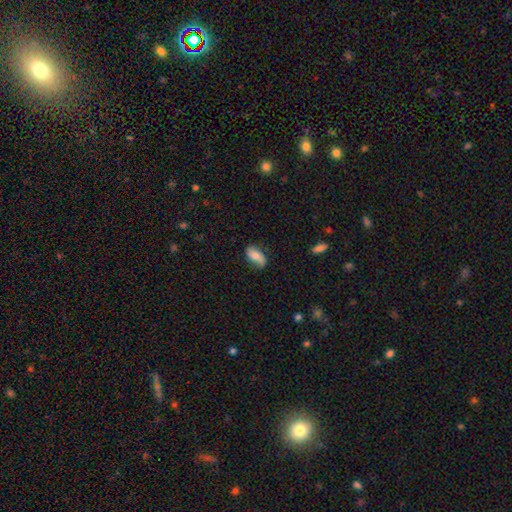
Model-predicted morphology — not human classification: smooth_or_featured: smooth (p=0.61) [alt: featured or disk p=0.32]
how_rounded: in between (p=0.90) [alt: cigar-shaped p=0.06]
merging: none (p=0.72) [alt: minor disturbance p=0.22]